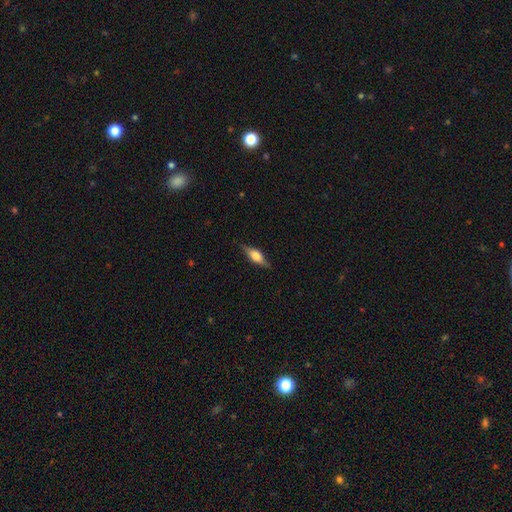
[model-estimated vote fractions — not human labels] Smooth or featured: smooth — 48% (featured or disk — 46%)
Merging: none — 82% (minor disturbance — 14%)